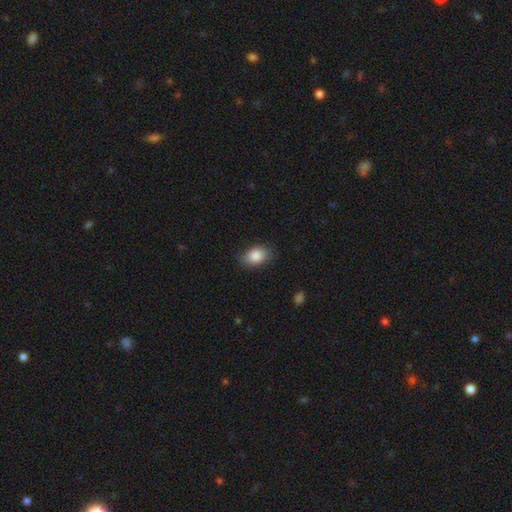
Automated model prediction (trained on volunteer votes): A smooth galaxy with no disk features (85%) that is in between round and cigar-shaped (82%). Merging: none (83%).